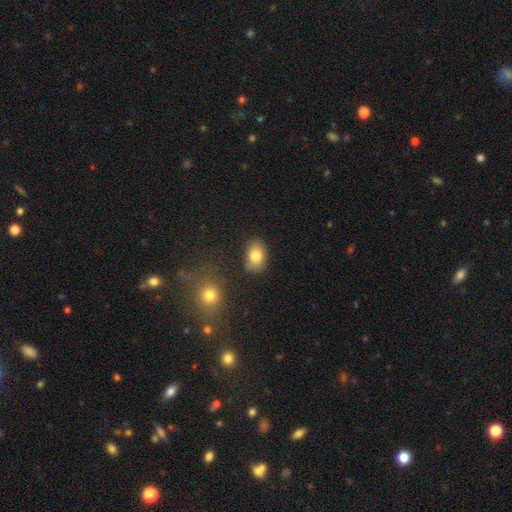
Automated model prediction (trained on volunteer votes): Smooth or featured? smooth (83%)
How rounded? in between (79%)
Merging? none (79%)